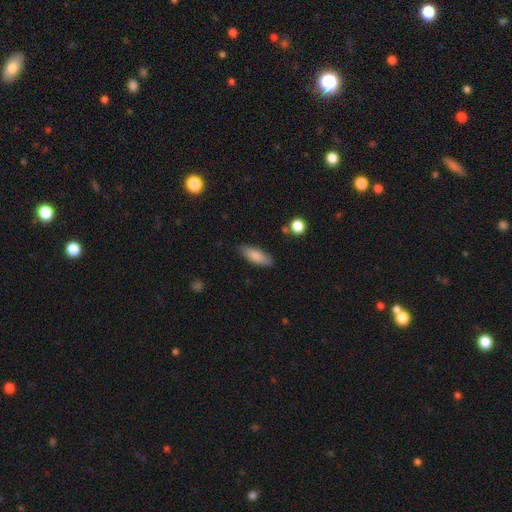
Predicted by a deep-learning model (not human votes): A smooth galaxy with no disk features (83%) that is in between round and cigar-shaped (62%). Merging: none (84%).